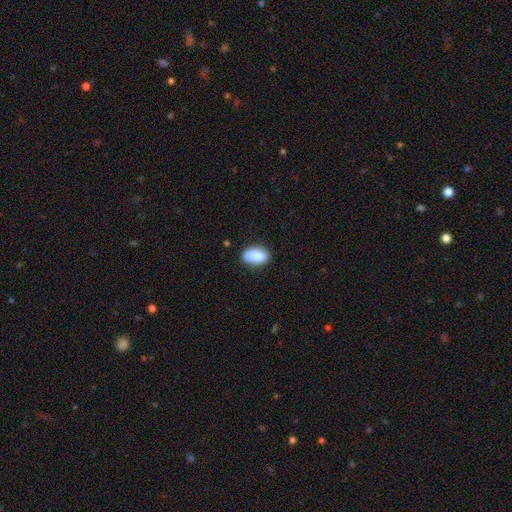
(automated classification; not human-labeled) Smooth or featured: smooth — 85% (featured or disk — 8%)
How rounded: in between — 90% (round — 7%)
Merging: none — 74% (minor disturbance — 20%)